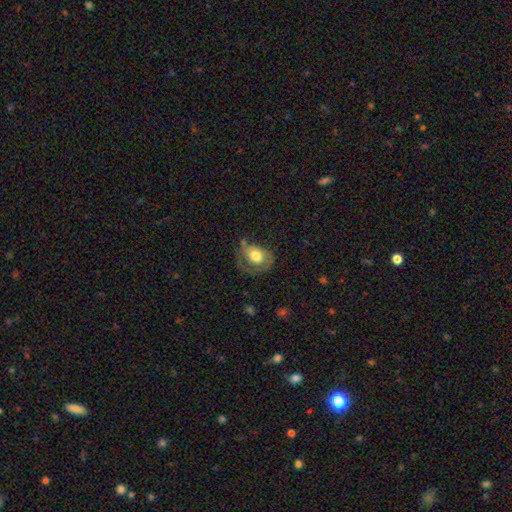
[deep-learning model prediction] smooth-or-featured: smooth: 56% | featured or disk: 36% | star or artifact: 8%
  how-rounded: in between: 53% | round: 46% | cigar-shaped: 1%
  merging: none: 41% | minor disturbance: 28% | major disturbance: 27% | merger: 4%